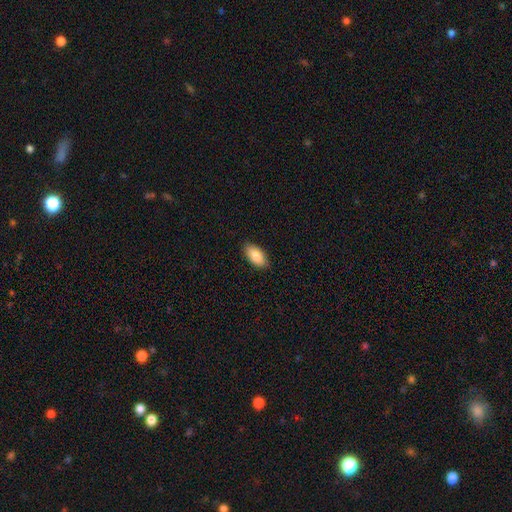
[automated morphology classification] Q: Smooth or featured?
A: smooth (86%); runner-up: featured or disk (7%)
Q: How rounded?
A: in between (93%); runner-up: cigar-shaped (5%)
Q: Merging?
A: none (88%); runner-up: minor disturbance (9%)